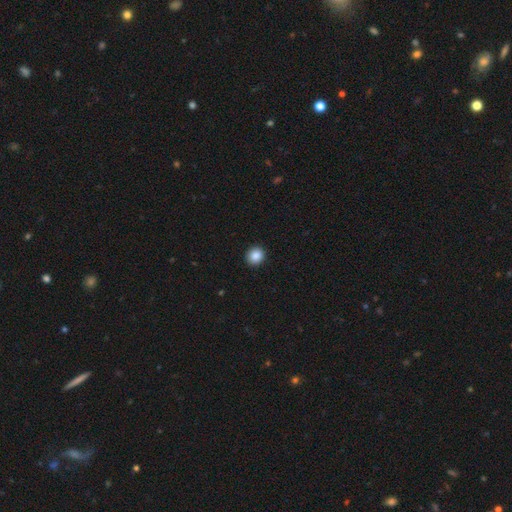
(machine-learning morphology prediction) Overall: smooth (87%). How rounded: round (85%). Merging: none (93%).